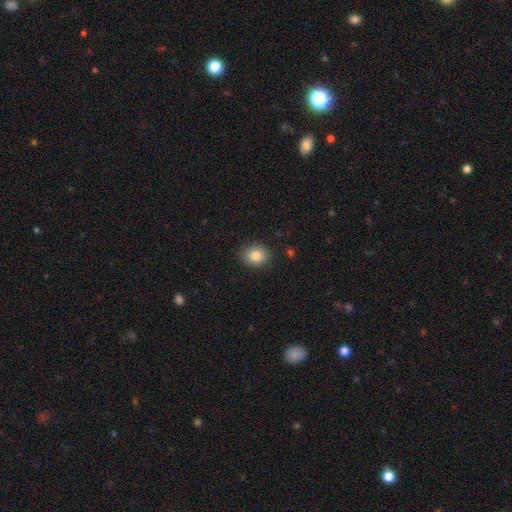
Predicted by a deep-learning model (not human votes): Smooth or featured? Predicted: smooth (p=0.85). How rounded? Predicted: round (p=0.59). Merging? Predicted: none (p=0.86).